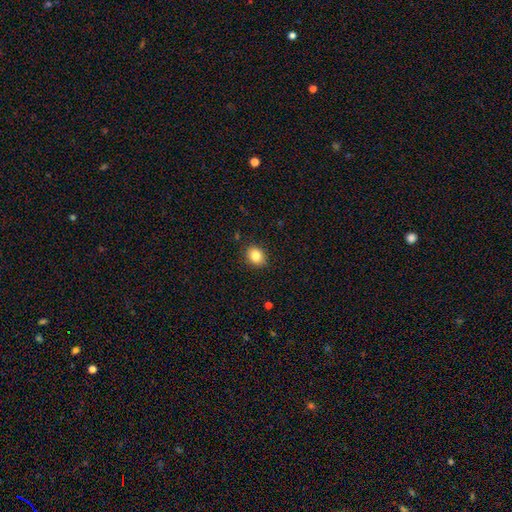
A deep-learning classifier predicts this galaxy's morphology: Smooth or featured? smooth (83%)
How rounded? round (58%)
Merging? none (87%)